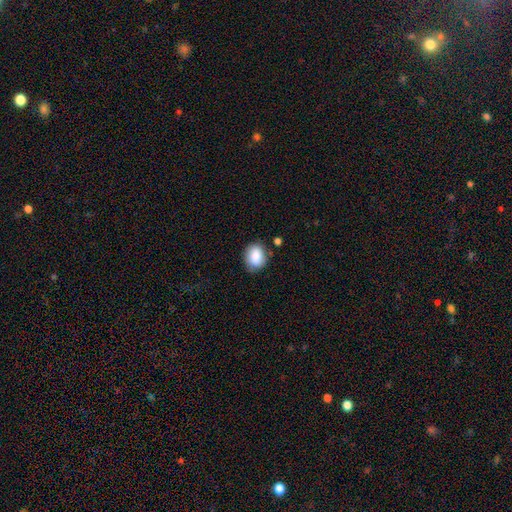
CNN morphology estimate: The model was most divided on "how rounded": in between: 58%, round: 41%, cigar-shaped: 1%. More confident: smooth or featured — smooth (83%); merging — none (73%).